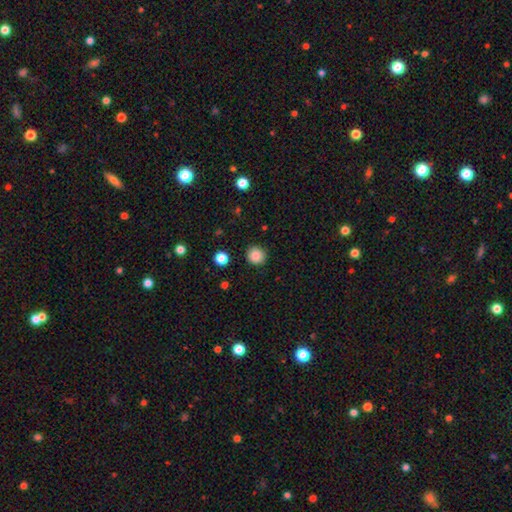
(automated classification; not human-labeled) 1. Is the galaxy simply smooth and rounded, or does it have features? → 86% smooth, 10% star or artifact, 4% featured or disk.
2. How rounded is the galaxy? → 93% round, 6% in between, 1% cigar-shaped.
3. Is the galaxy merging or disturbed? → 91% none, 6% minor disturbance, 2% major disturbance, 1% merger.